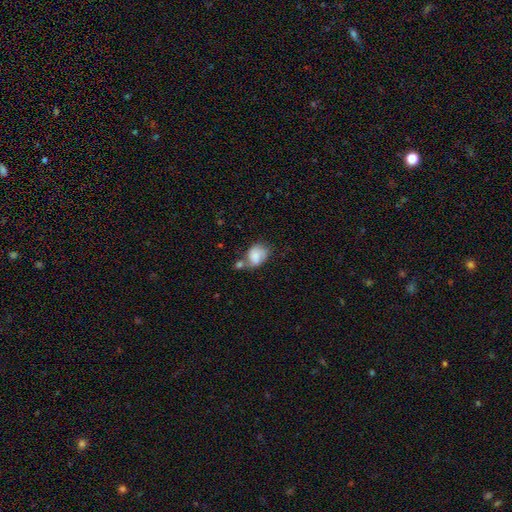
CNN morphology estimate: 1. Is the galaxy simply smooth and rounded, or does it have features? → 74% smooth, 18% featured or disk, 8% star or artifact.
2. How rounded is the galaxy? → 60% in between, 39% round, 1% cigar-shaped.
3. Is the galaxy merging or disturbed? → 32% none, 30% merger, 25% minor disturbance, 13% major disturbance.